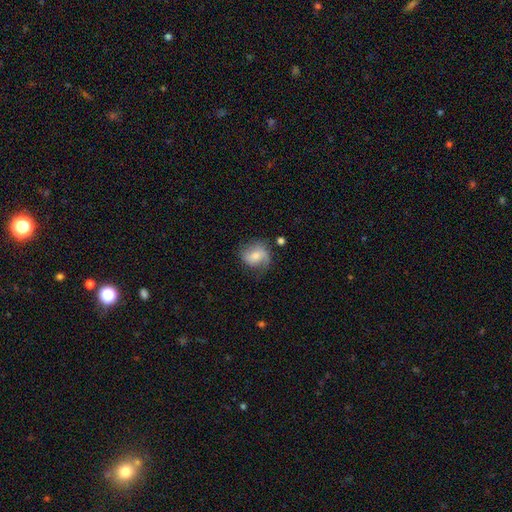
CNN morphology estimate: Smooth or featured: featured or disk — 48% (smooth — 44%)
Merging: none — 57% (minor disturbance — 26%)